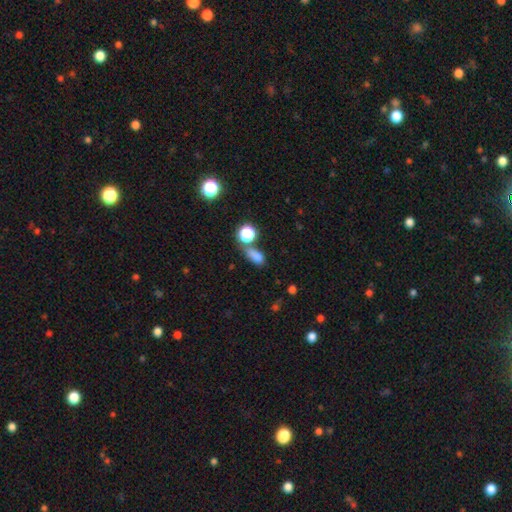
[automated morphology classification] A smooth galaxy with no disk features (73%) that is in between round and cigar-shaped (72%).

Vote fractions:
- Smooth or featured? smooth: 73% / star or artifact: 19% / featured or disk: 8%
- How rounded? in between: 72% / round: 21% / cigar-shaped: 7%
- Merging? none: 51% / merger: 23% / minor disturbance: 17% / major disturbance: 9%